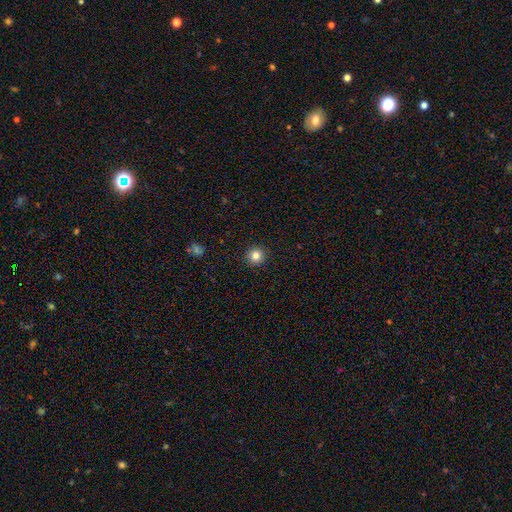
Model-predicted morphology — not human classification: smooth_or_featured: smooth (p=0.83) [alt: star or artifact p=0.12]
how_rounded: round (p=0.95) [alt: in between p=0.04]
merging: none (p=0.93) [alt: minor disturbance p=0.05]